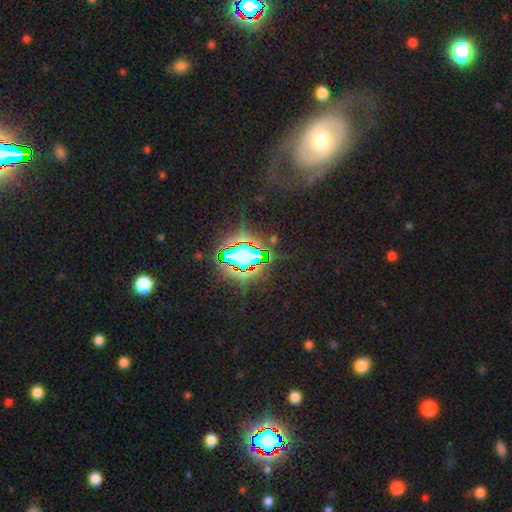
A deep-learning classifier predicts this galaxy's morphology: A star or artifact, not a galaxy (59%).

Vote fractions:
- Smooth or featured? star or artifact: 59% / featured or disk: 24% / smooth: 16%